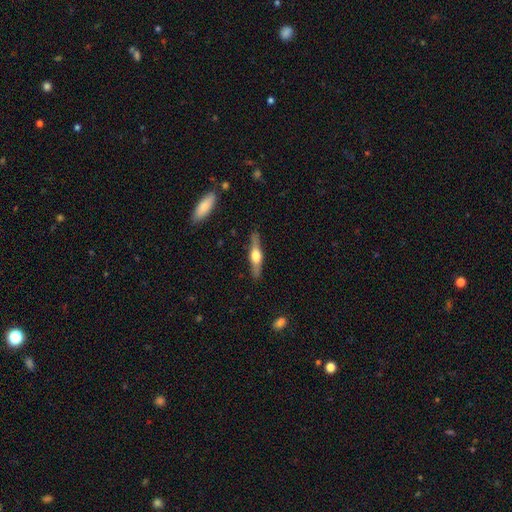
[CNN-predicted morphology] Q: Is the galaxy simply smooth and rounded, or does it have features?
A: featured or disk — 65%.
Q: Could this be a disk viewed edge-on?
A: yes — 96%.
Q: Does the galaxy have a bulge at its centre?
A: rounded — 92%.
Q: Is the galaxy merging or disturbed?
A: none — 88%.